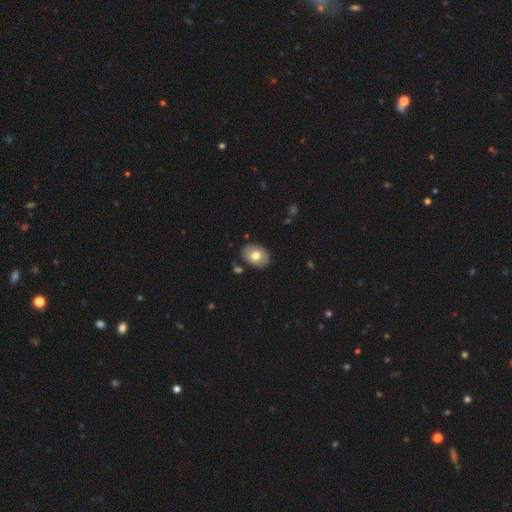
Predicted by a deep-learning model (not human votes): A smooth galaxy with no disk features (73%) that is in between round and cigar-shaped (69%).

Vote fractions:
- Smooth or featured? smooth: 73% / featured or disk: 20% / star or artifact: 7%
- How rounded? in between: 69% / round: 30% / cigar-shaped: 1%
- Merging? none: 86% / minor disturbance: 10% / merger: 2% / major disturbance: 2%